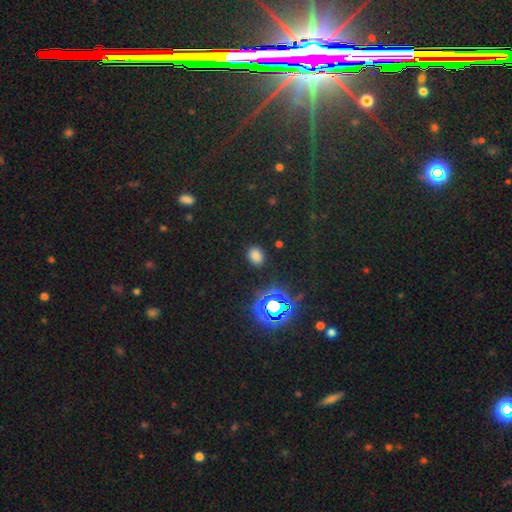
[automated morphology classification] smooth_or_featured: smooth (p=0.71) [alt: star or artifact p=0.25]
how_rounded: in between (p=0.64) [alt: round p=0.35]
merging: none (p=0.87) [alt: minor disturbance p=0.09]